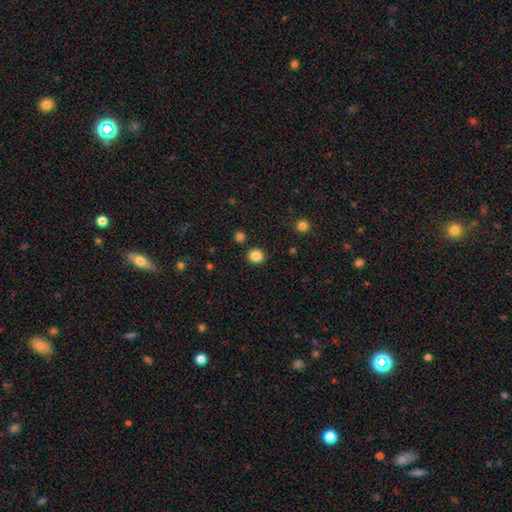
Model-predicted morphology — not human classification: smooth_or_featured: smooth (p=0.85) [alt: star or artifact p=0.11]
how_rounded: round (p=0.90) [alt: in between p=0.09]
merging: none (p=0.89) [alt: minor disturbance p=0.06]